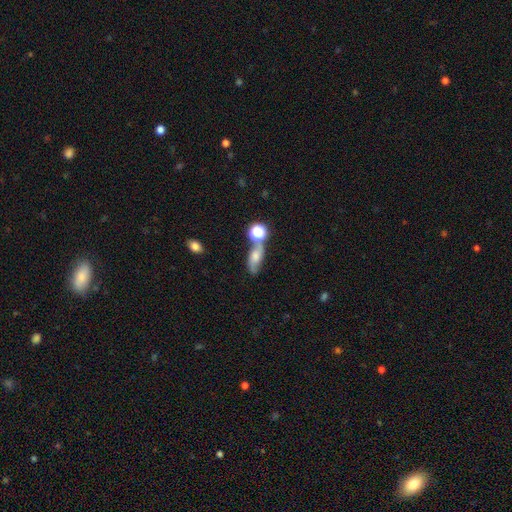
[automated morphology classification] Smooth or featured: smooth — 47% (featured or disk — 39%)
Merging: none — 52% (merger — 22%)